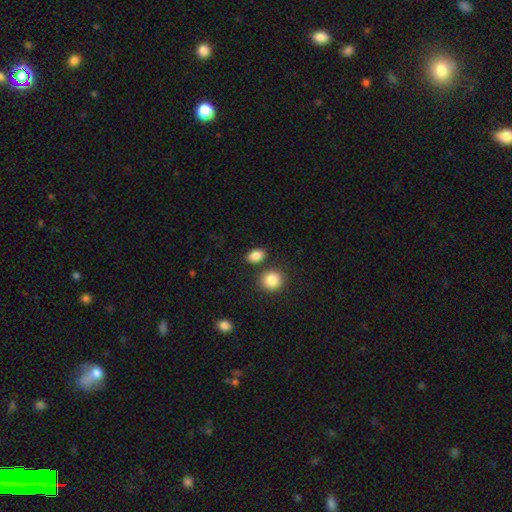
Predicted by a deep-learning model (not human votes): Smooth or featured? smooth (86%)
How rounded? in between (76%)
Merging? none (77%)